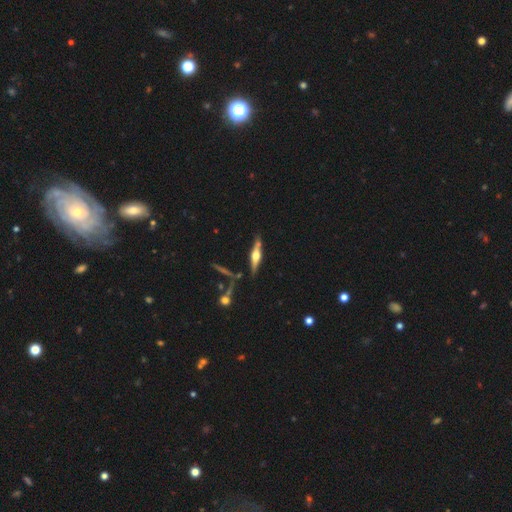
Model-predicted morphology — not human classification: type=featured or disk (73%); edge-on=yes (96%); edge-on bulge=rounded (92%); merging=none (74%).